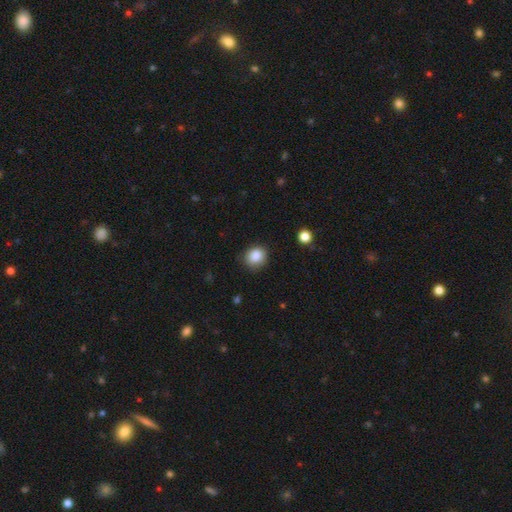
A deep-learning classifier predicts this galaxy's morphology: smooth 85%, star or artifact 10%, featured or disk 5%. Down the decision tree: how rounded — round (74%); merging — none (82%).